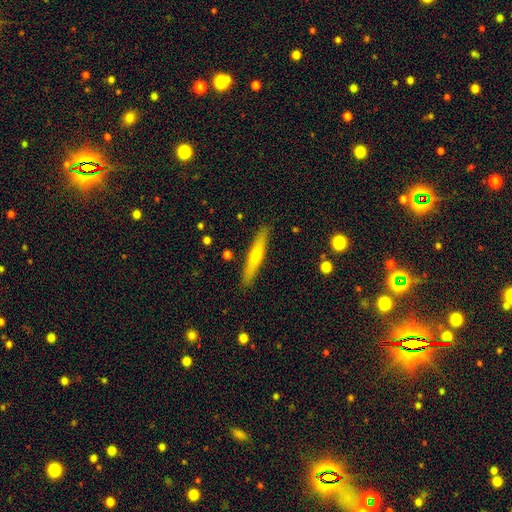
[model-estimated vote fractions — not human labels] Smooth or featured: featured or disk — 49% (smooth — 45%)
Merging: none — 90% (minor disturbance — 7%)